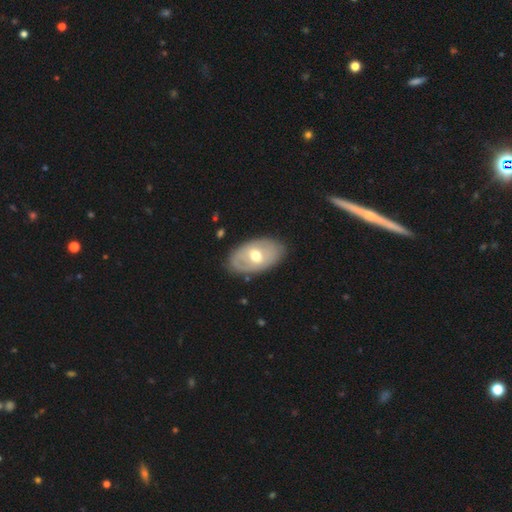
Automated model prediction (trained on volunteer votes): A featured or disk galaxy (51%). Merging: none (81%).